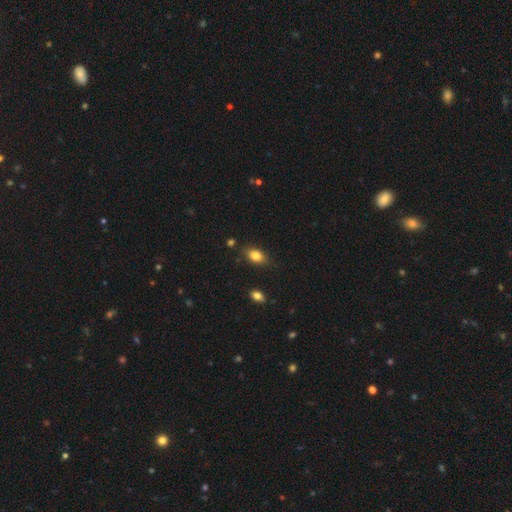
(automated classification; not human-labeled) Q: Smooth or featured?
A: smooth (83%); runner-up: star or artifact (9%)
Q: How rounded?
A: in between (84%); runner-up: round (13%)
Q: Merging?
A: none (80%); runner-up: minor disturbance (15%)